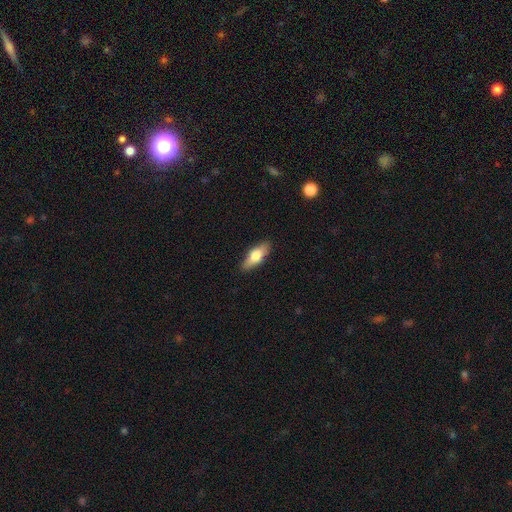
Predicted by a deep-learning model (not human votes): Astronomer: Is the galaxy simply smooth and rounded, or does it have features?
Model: smooth — 62%.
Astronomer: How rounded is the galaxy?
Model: in between — 65%.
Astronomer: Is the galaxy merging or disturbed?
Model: none — 88%.